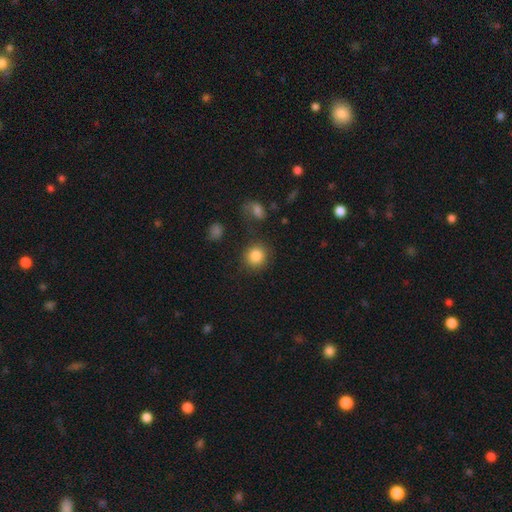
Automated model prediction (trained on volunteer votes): Smooth or featured? smooth (86%)
How rounded? round (89%)
Merging? none (80%)